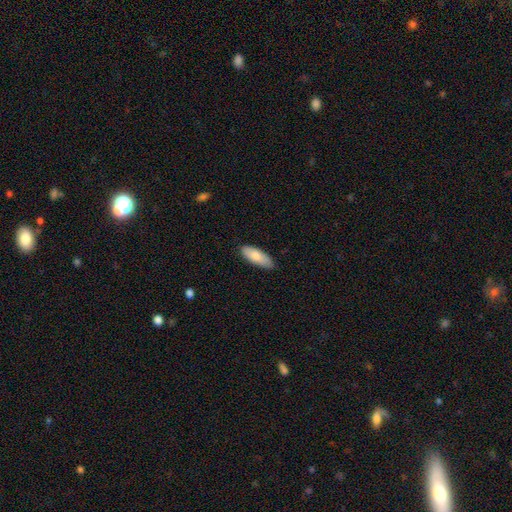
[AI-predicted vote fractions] Smooth or featured?
  - smooth: 80% *
  - featured or disk: 14%
  - star or artifact: 6%
How rounded?
  - in between: 75% *
  - cigar-shaped: 23%
  - round: 2%
Merging?
  - none: 85% *
  - minor disturbance: 13%
  - major disturbance: 2%
  - merger: 1%